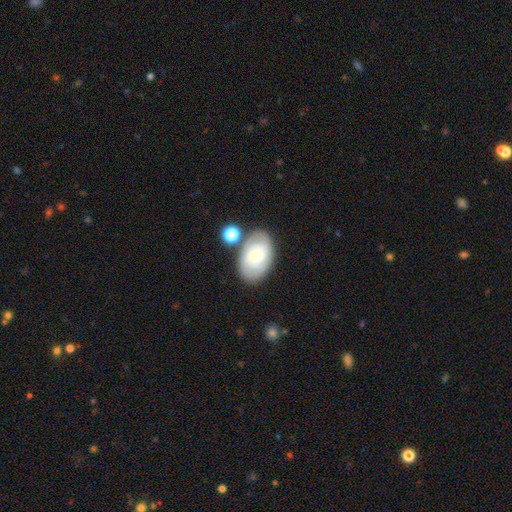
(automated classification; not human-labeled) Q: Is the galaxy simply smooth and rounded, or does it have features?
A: featured or disk — 51%.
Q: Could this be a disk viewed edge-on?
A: no — 94%.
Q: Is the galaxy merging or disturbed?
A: none — 70%.